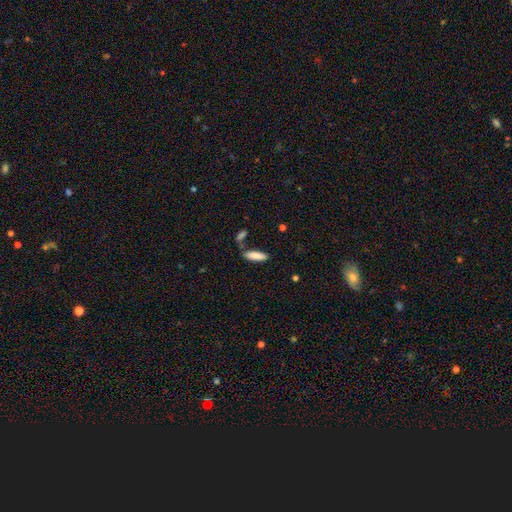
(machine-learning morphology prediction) smooth_or_featured: smooth (p=0.85) [alt: featured or disk p=0.08]
how_rounded: cigar-shaped (p=0.52) [alt: in between p=0.47]
merging: none (p=0.66) [alt: merger p=0.15]